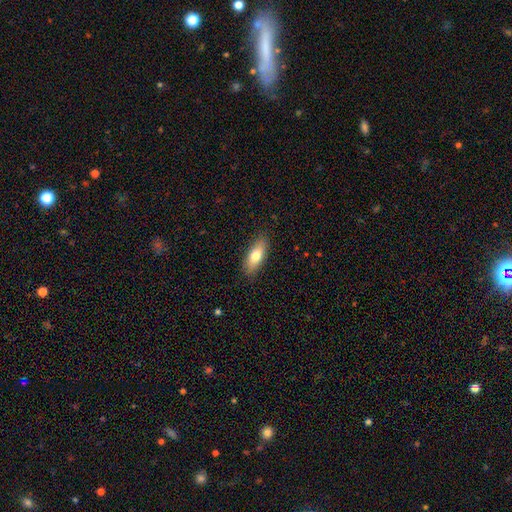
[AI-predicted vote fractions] Smooth or featured? Predicted: smooth (p=0.74). How rounded? Predicted: in between (p=0.72). Merging? Predicted: none (p=0.87).